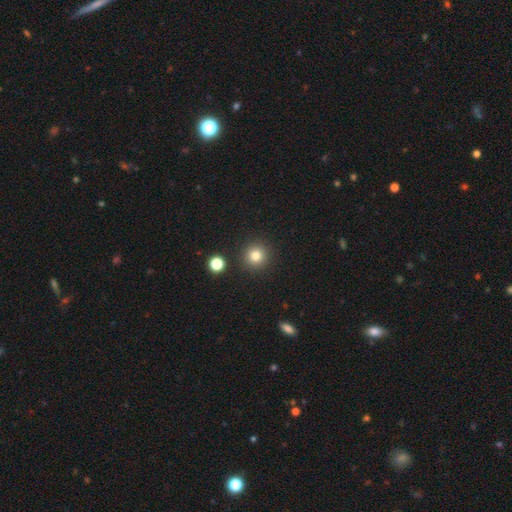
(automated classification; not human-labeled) smooth_or_featured: smooth (p=0.81) [alt: star or artifact p=0.13]
how_rounded: round (p=0.95) [alt: in between p=0.05]
merging: none (p=0.90) [alt: minor disturbance p=0.06]